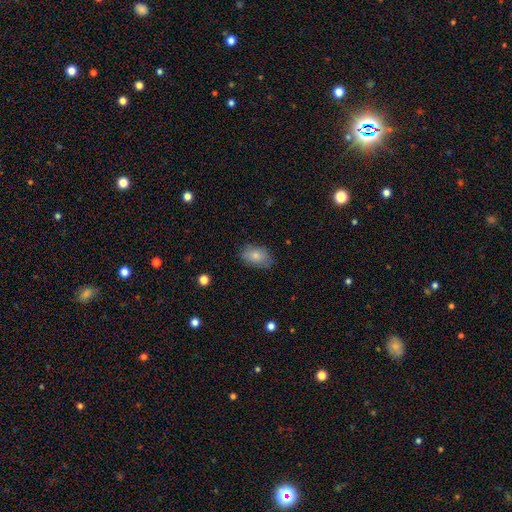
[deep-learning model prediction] This is clearly a smooth galaxy (80%). How rounded: clearly in between (89%). Merging: likely none (78%).